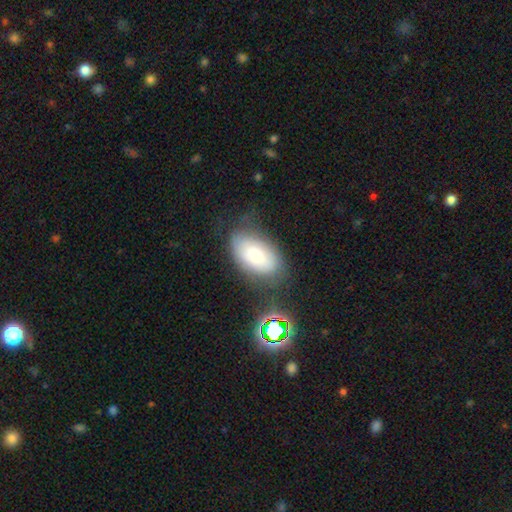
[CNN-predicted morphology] Smooth or featured? Predicted: smooth (p=0.68). How rounded? Predicted: in between (p=0.92). Merging? Predicted: none (p=0.61).